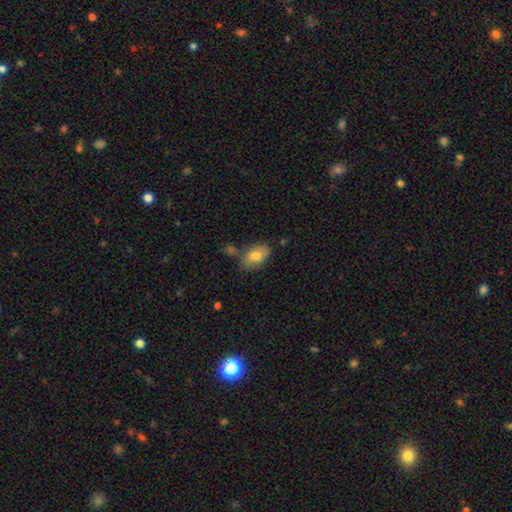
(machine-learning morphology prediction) This is likely a smooth galaxy (77%). How rounded: clearly in between (90%). Merging: likely none (71%).